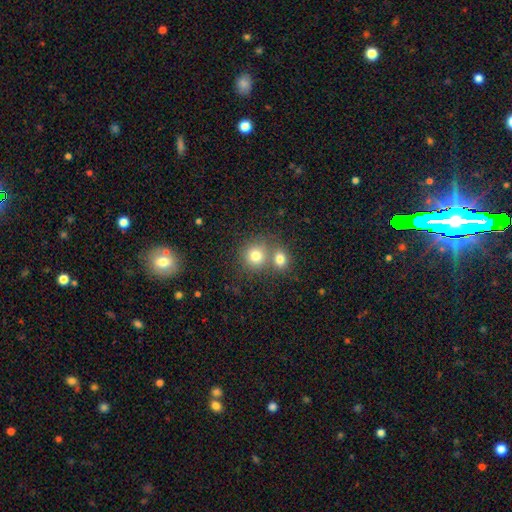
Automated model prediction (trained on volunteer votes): Smooth or featured: smooth — 78% (star or artifact — 12%)
How rounded: round — 84% (in between — 15%)
Merging: none — 48% (merger — 42%)